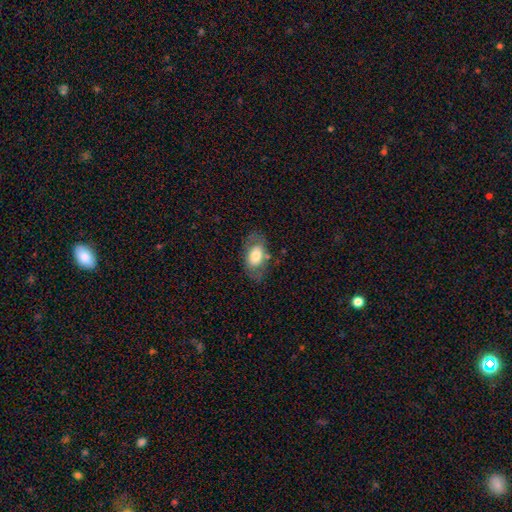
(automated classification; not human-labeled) Smooth or featured: smooth — 66% (featured or disk — 27%)
How rounded: in between — 90% (round — 8%)
Merging: none — 68% (minor disturbance — 19%)